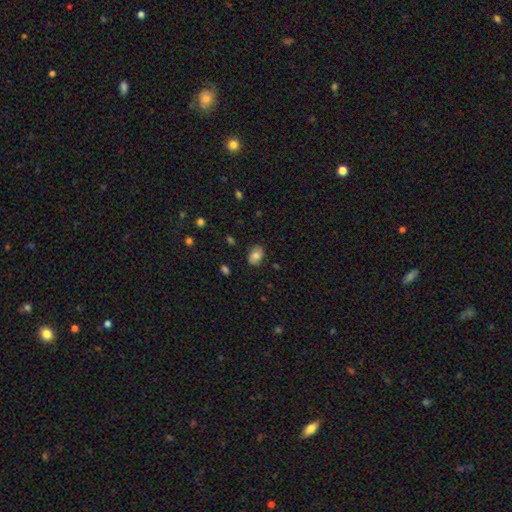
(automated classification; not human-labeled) A smooth galaxy with no disk features (77%) that is in between round and cigar-shaped (74%).

Vote fractions:
- Smooth or featured? smooth: 77% / featured or disk: 14% / star or artifact: 9%
- How rounded? in between: 74% / round: 25% / cigar-shaped: 1%
- Merging? none: 82% / minor disturbance: 14% / major disturbance: 3% / merger: 1%